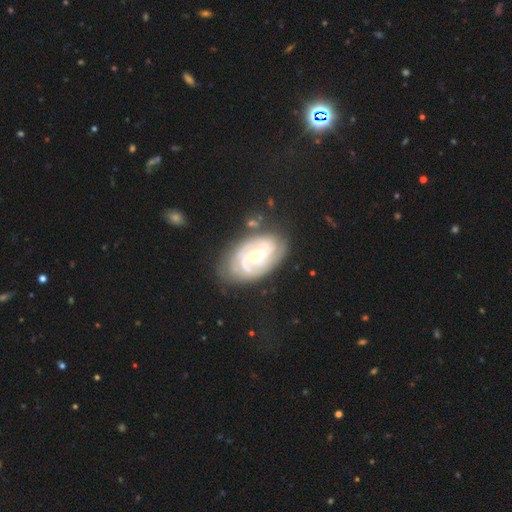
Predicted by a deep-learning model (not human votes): Morphology: type=featured or disk (90%); edge-on=no (97%); bar=no (42%, tied with weak); spiral arms=yes (98%); winding=tight (55%); arm count=2 (54%); bulge=moderate (51%); merging=none (75%).